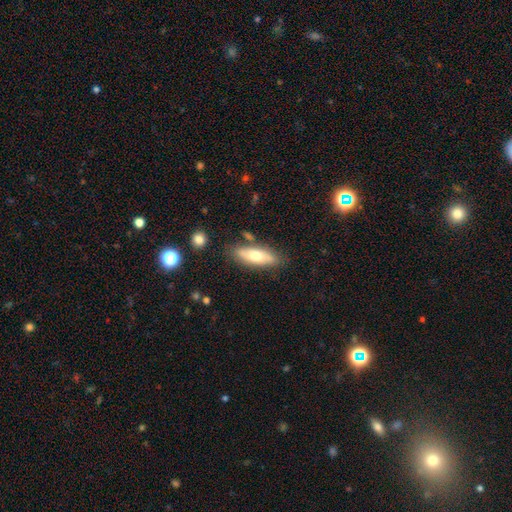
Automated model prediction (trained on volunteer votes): Q: Smooth or featured?
A: smooth (62%); runner-up: featured or disk (32%)
Q: How rounded?
A: in between (58%); runner-up: cigar-shaped (40%)
Q: Merging?
A: none (78%); runner-up: minor disturbance (14%)